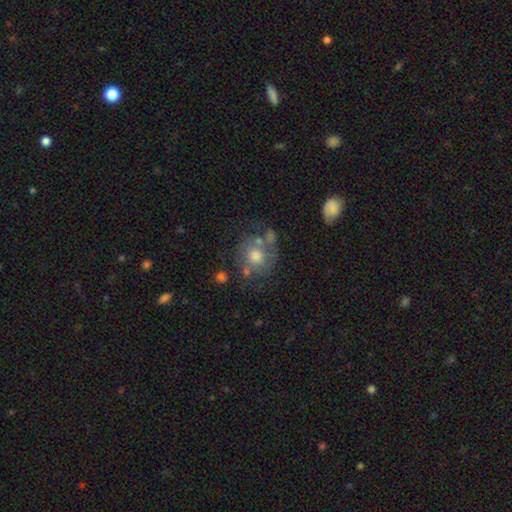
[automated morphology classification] Smooth or featured? Predicted: smooth (p=0.52). How rounded? Predicted: round (p=0.79). Merging? Predicted: none (p=0.51).